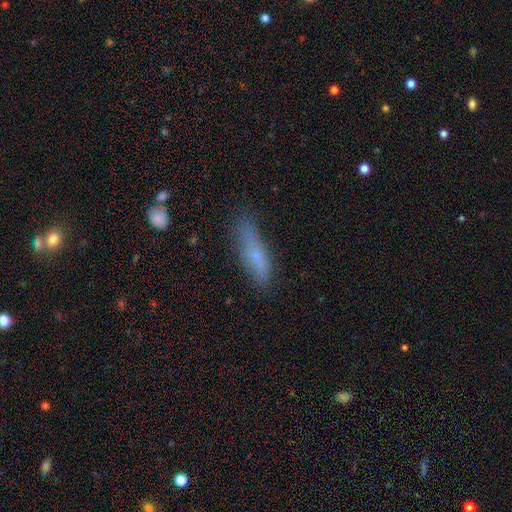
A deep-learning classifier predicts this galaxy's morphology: smooth_or_featured: smooth (p=0.63) [alt: featured or disk p=0.28]
how_rounded: cigar-shaped (p=0.66) [alt: in between p=0.32]
merging: none (p=0.68) [alt: minor disturbance p=0.23]